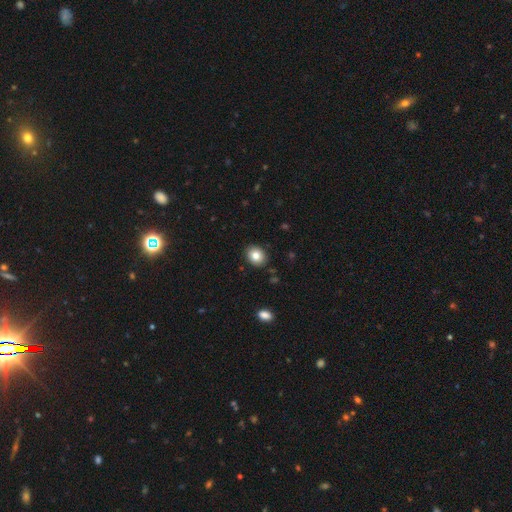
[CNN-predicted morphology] Smooth or featured?
  - smooth: 82% *
  - star or artifact: 9%
  - featured or disk: 9%
How rounded?
  - round: 51% *
  - in between: 48%
  - cigar-shaped: 1%
Merging?
  - none: 89% *
  - minor disturbance: 8%
  - major disturbance: 2%
  - merger: 1%